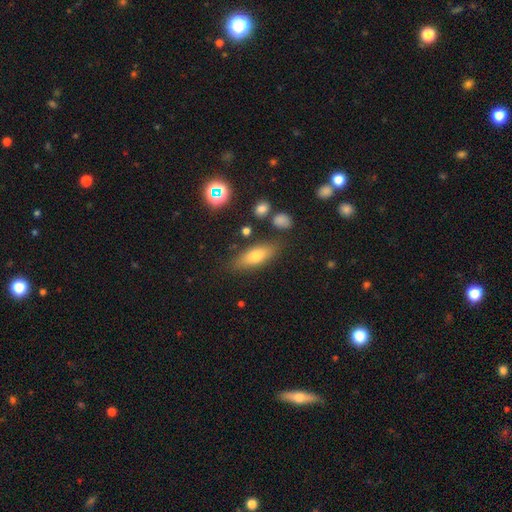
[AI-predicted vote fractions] smooth-or-featured: smooth: 66% | featured or disk: 23% | star or artifact: 11%
  how-rounded: in between: 63% | cigar-shaped: 32% | round: 4%
  merging: none: 80% | minor disturbance: 12% | merger: 4% | major disturbance: 4%